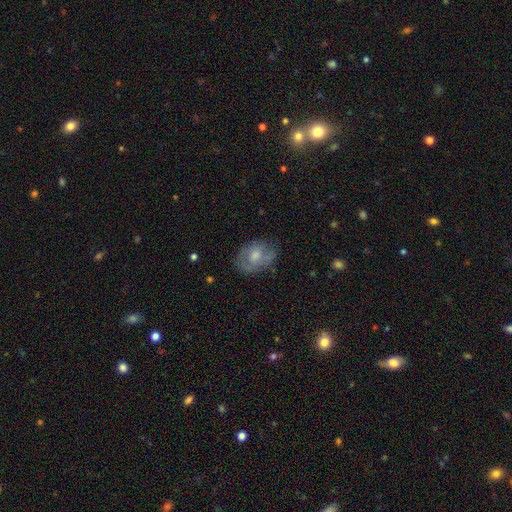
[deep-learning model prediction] A smooth galaxy with no disk features (51%) that is in between round and cigar-shaped (73%).

Vote fractions:
- Smooth or featured? smooth: 51% / featured or disk: 42% / star or artifact: 8%
- How rounded? in between: 73% / round: 26% / cigar-shaped: 1%
- Merging? none: 63% / minor disturbance: 24% / major disturbance: 11% / merger: 2%